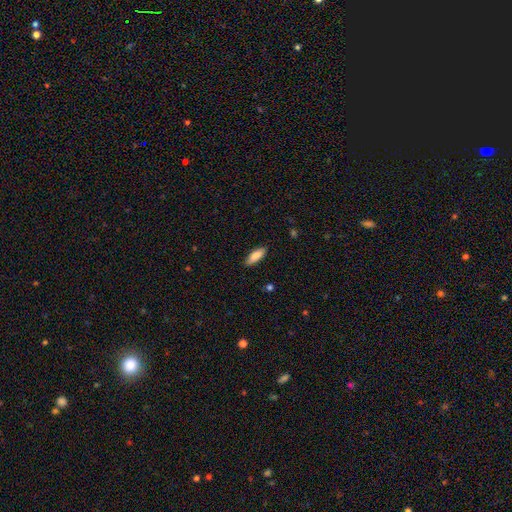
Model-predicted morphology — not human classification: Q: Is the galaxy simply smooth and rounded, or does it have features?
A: smooth — 83%.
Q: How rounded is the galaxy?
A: in between — 60%.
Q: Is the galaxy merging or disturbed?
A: none — 87%.